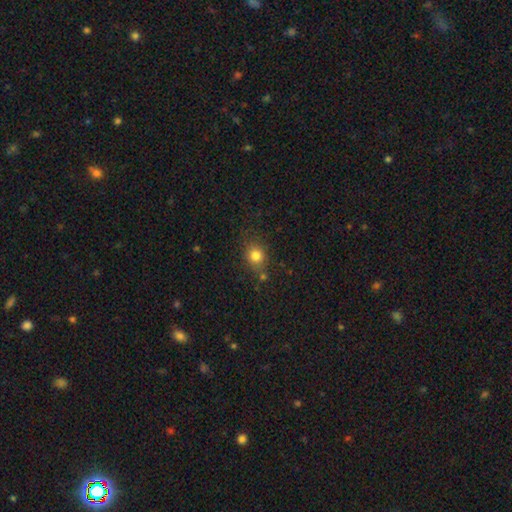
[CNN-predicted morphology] The model was most divided on "how rounded": round: 76%, in between: 23%, cigar-shaped: 1%. More confident: smooth or featured — smooth (81%); merging — none (73%).